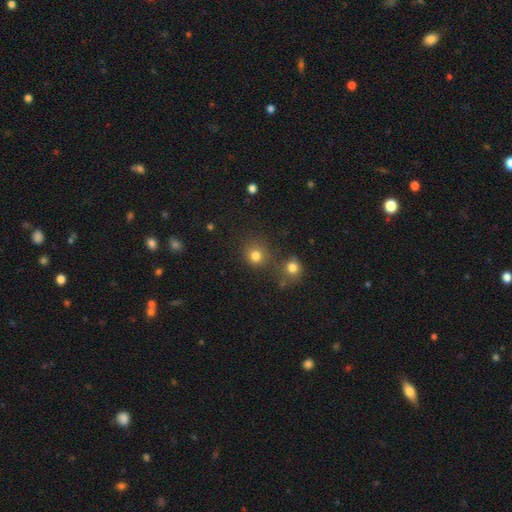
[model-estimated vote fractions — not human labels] Smooth or featured: smooth — 78% (star or artifact — 15%)
How rounded: round — 88% (in between — 11%)
Merging: none — 69% (merger — 17%)